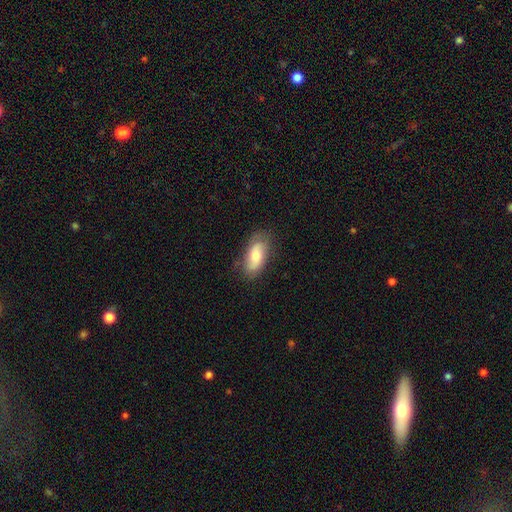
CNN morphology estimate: Smooth or featured? Predicted: smooth (p=0.61). How rounded? Predicted: in between (p=0.86). Merging? Predicted: none (p=0.76).